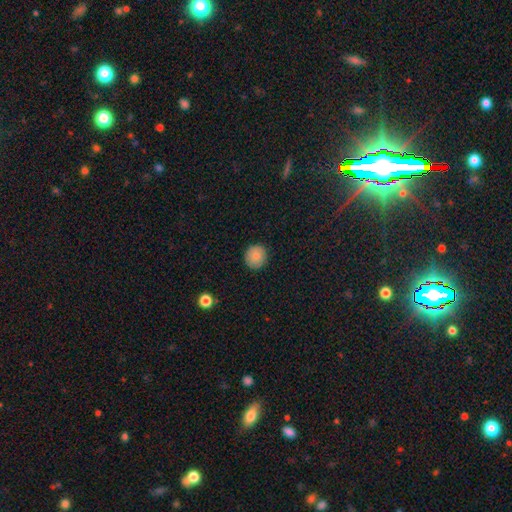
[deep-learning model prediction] smooth_or_featured: smooth (p=0.85) [alt: star or artifact p=0.08]
how_rounded: round (p=0.92) [alt: in between p=0.07]
merging: none (p=0.90) [alt: minor disturbance p=0.07]